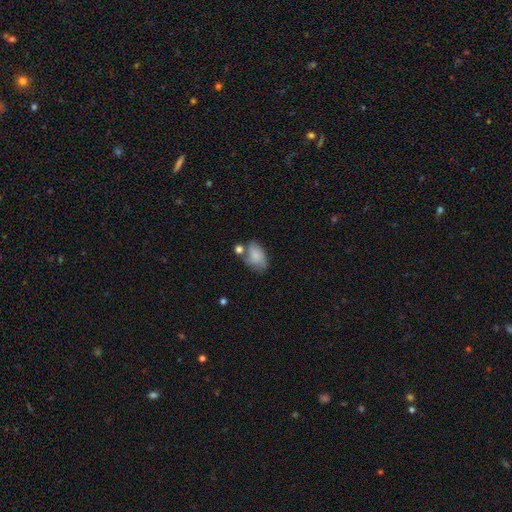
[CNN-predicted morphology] Q: Smooth or featured?
A: smooth (76%); runner-up: featured or disk (16%)
Q: How rounded?
A: in between (87%); runner-up: round (11%)
Q: Merging?
A: none (44%); runner-up: minor disturbance (25%)